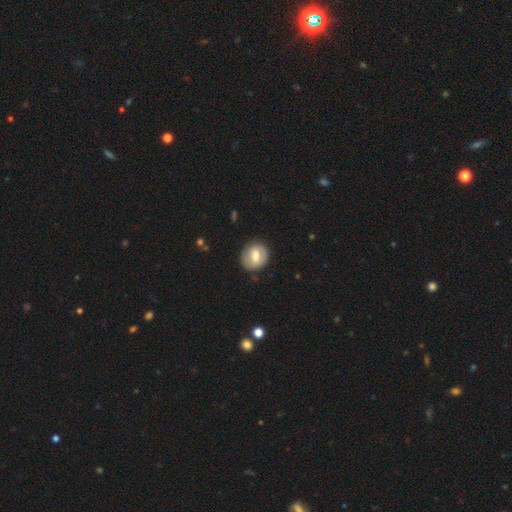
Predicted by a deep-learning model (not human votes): Smooth or featured? Predicted: smooth (p=0.60). How rounded? Predicted: round (p=0.76). Merging? Predicted: none (p=0.85).